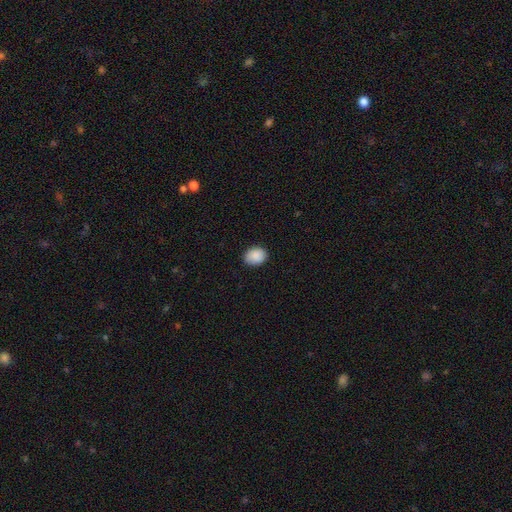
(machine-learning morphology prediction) smooth 89%, star or artifact 7%, featured or disk 3%. Down the decision tree: how rounded — in between (55%); merging — none (84%).